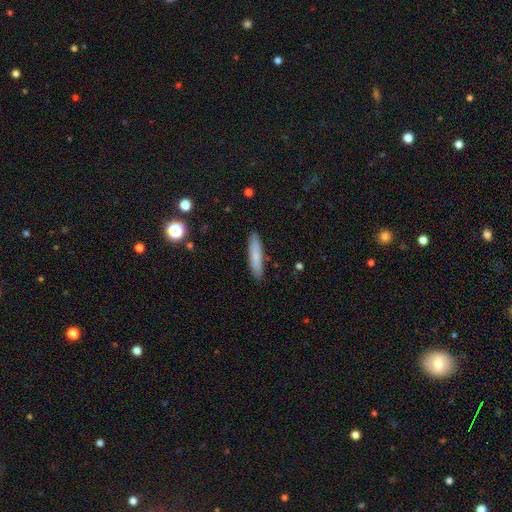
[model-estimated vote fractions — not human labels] Smooth or featured? Predicted: smooth (p=0.78). How rounded? Predicted: cigar-shaped (p=0.85). Merging? Predicted: none (p=0.89).